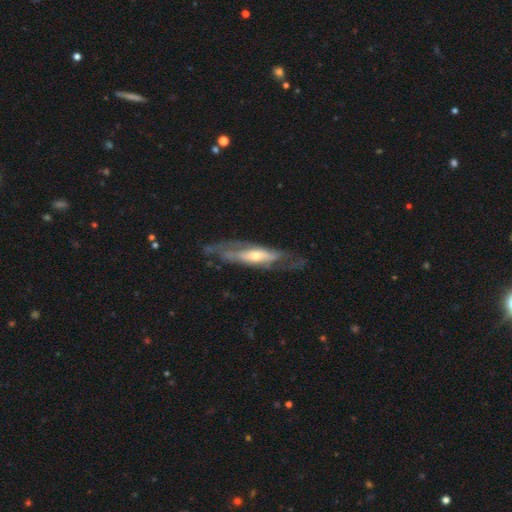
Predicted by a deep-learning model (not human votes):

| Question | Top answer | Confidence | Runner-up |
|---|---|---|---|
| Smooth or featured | featured or disk | 75% | smooth (20%) |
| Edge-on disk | no | 62% | yes (38%) |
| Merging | none | 65% | minor disturbance (19%) |